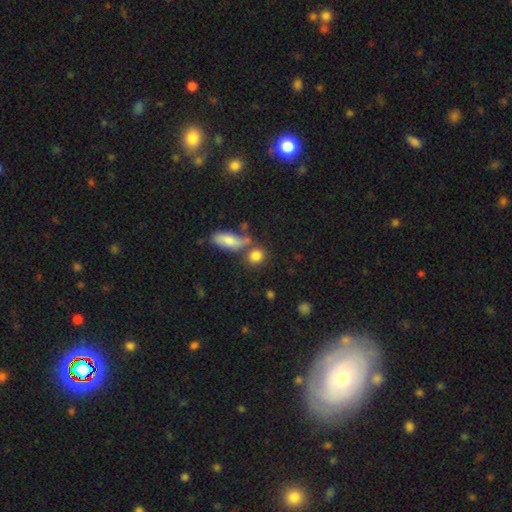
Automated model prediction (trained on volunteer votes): smooth-or-featured: smooth: 83% | star or artifact: 9% | featured or disk: 8%
  how-rounded: round: 65% | in between: 30% | cigar-shaped: 5%
  merging: none: 60% | merger: 24% | minor disturbance: 11% | major disturbance: 5%